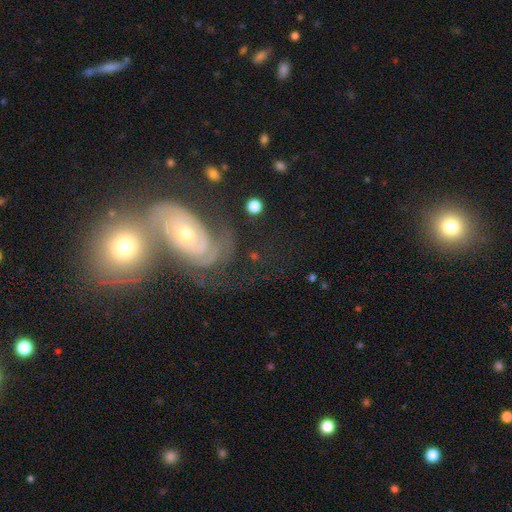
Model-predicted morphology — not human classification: Smooth or featured: featured or disk — 75% (smooth — 15%)
Edge-on disk: no — 93% (yes — 7%)
Bar: no — 60% (weak — 29%)
Spiral arms: yes — 90% (no — 10%)
Spiral winding: tight — 48% (medium — 38%)
Spiral arm count: 2 — 55% (can't tell — 24%)
Bulge size: moderate — 49% (small — 44%)
Merging: none — 41% (merger — 33%)